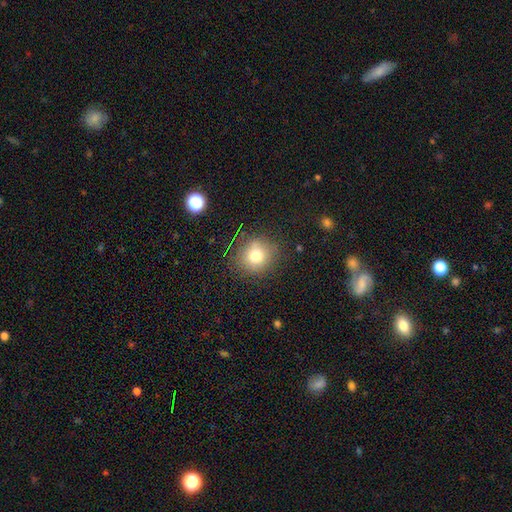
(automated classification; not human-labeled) smooth 76%, star or artifact 14%, featured or disk 10%. Down the decision tree: how rounded — round (86%); merging — none (84%).